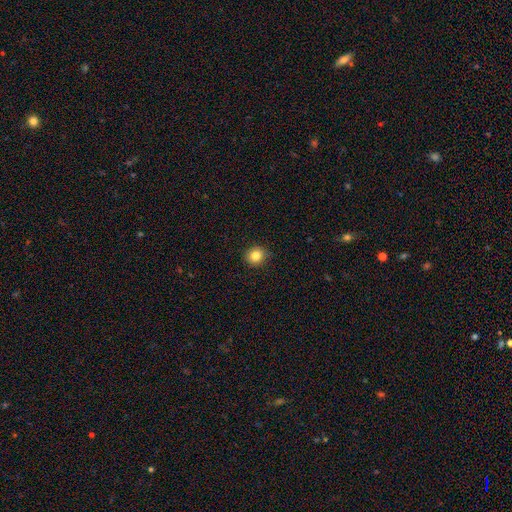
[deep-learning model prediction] smooth 84%, star or artifact 11%, featured or disk 6%. Down the decision tree: how rounded — round (87%); merging — none (89%).